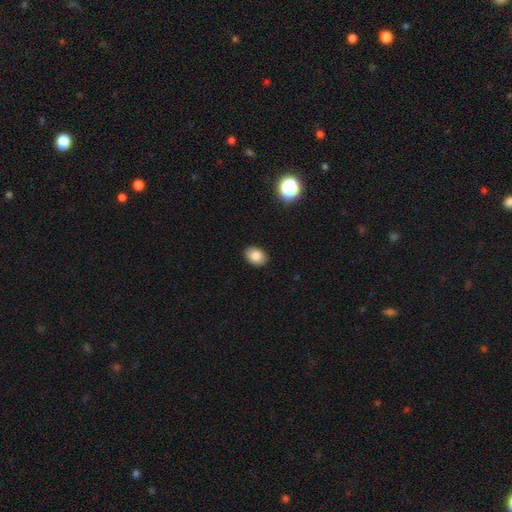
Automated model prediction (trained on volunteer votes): Q: Smooth or featured?
A: smooth (83%); runner-up: star or artifact (9%)
Q: How rounded?
A: in between (73%); runner-up: round (26%)
Q: Merging?
A: none (90%); runner-up: minor disturbance (8%)